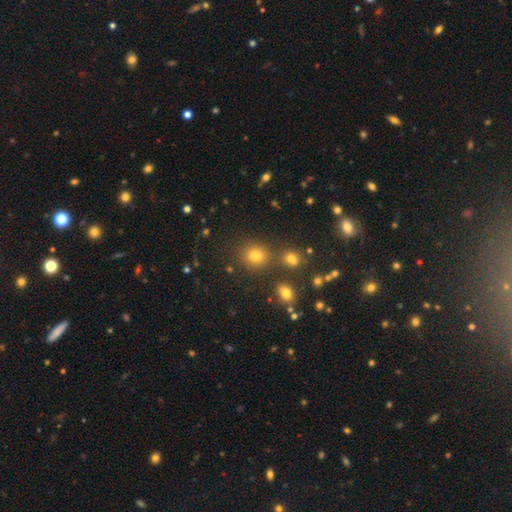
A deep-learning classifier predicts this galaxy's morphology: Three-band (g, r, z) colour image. It shows a smooth galaxy with no disk features (74%) that is round (79%). Merging: none (75%).